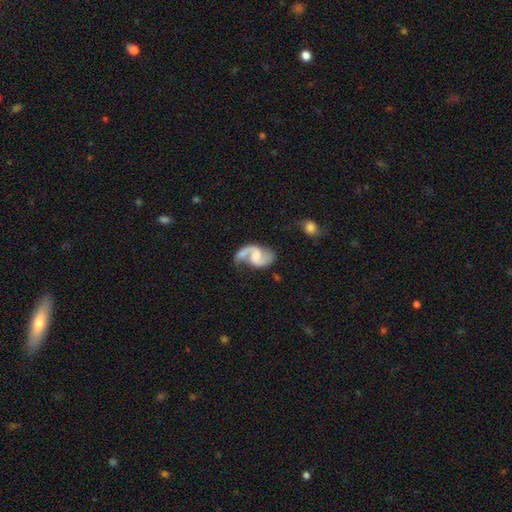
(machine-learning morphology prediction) This is clearly a featured or disk galaxy (89%). It is clearly not viewed edge-on (98%). Bar: possibly weak (46%). Spiral arm pattern: clearly yes (97%). Spiral arm count: clearly 2 (90%). Spiral winding: possibly medium (48%). Central bulge: marginally none (37%). Merging: possibly none (58%).